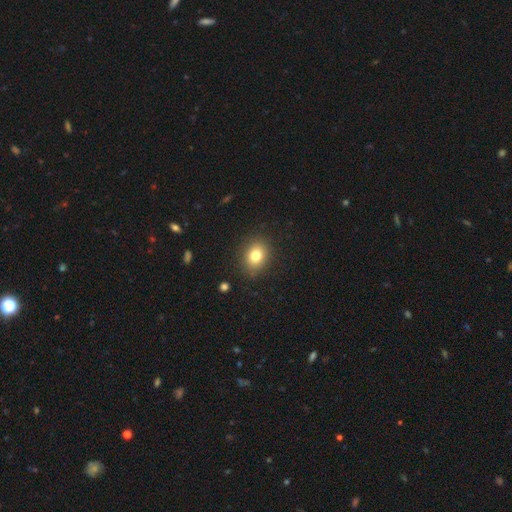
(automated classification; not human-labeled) Smooth or featured: smooth — 79% (star or artifact — 11%)
How rounded: round — 52% (in between — 47%)
Merging: none — 88% (minor disturbance — 8%)